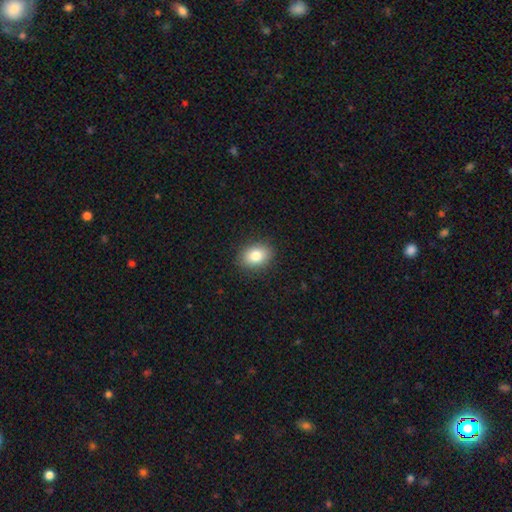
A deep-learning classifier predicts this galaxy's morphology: Overall: smooth (82%). How rounded: in between (69%; round 30%). Merging: none (89%).